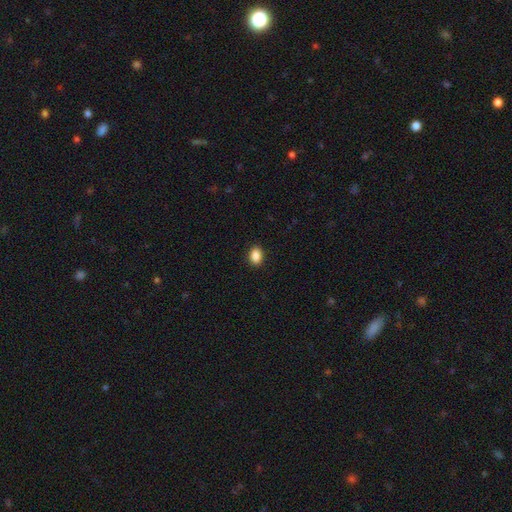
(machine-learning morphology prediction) The model was most divided on "how rounded": in between: 78%, round: 21%, cigar-shaped: 1%. More confident: merging — none (90%); smooth or featured — smooth (89%).